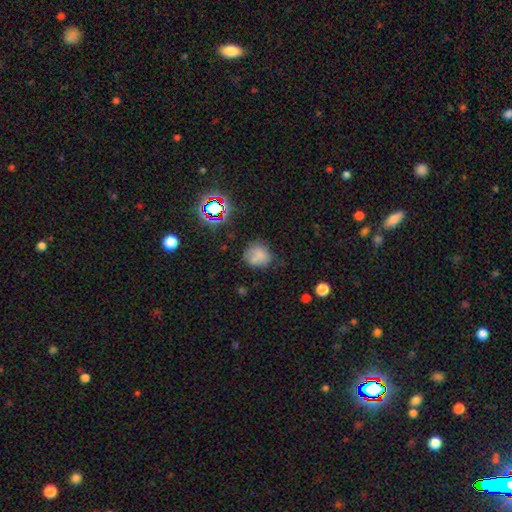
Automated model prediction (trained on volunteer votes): Smooth or featured: smooth — 67% (star or artifact — 17%)
How rounded: round — 73% (in between — 26%)
Merging: none — 58% (minor disturbance — 24%)